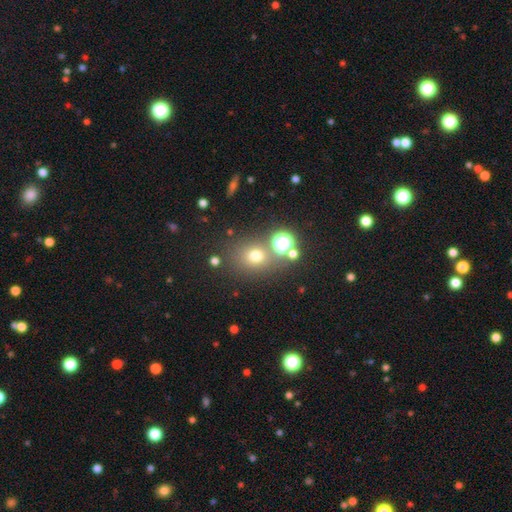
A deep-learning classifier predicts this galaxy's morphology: A smooth galaxy with no disk features (67%) that is round (78%). Merging: none (73%).